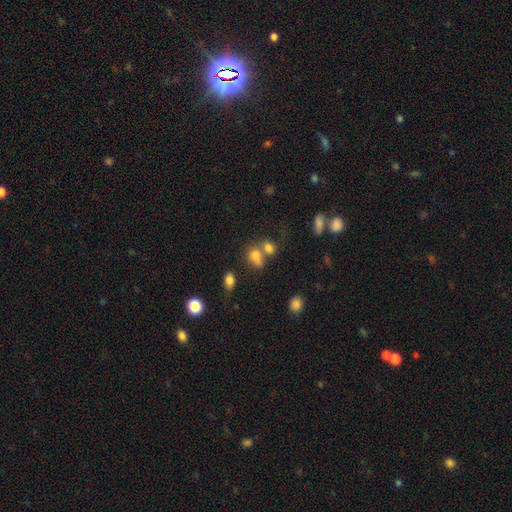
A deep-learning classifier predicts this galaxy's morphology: smooth_or_featured: smooth (p=0.76) [alt: star or artifact p=0.14]
how_rounded: in between (p=0.60) [alt: round p=0.38]
merging: merger (p=0.45) [alt: none p=0.36]